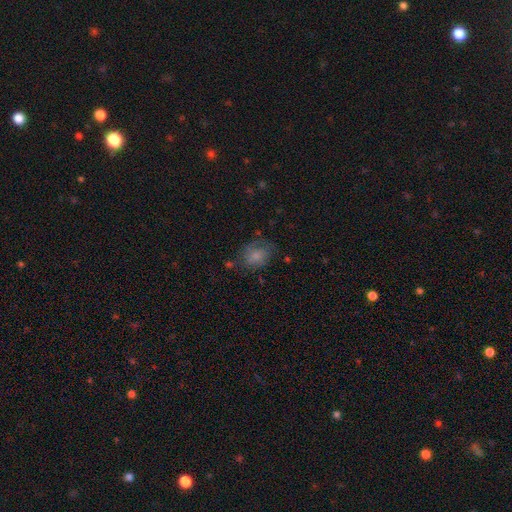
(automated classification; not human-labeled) smooth_or_featured: smooth (p=0.69) [alt: featured or disk p=0.21]
how_rounded: in between (p=0.56) [alt: round p=0.42]
merging: none (p=0.59) [alt: minor disturbance p=0.25]